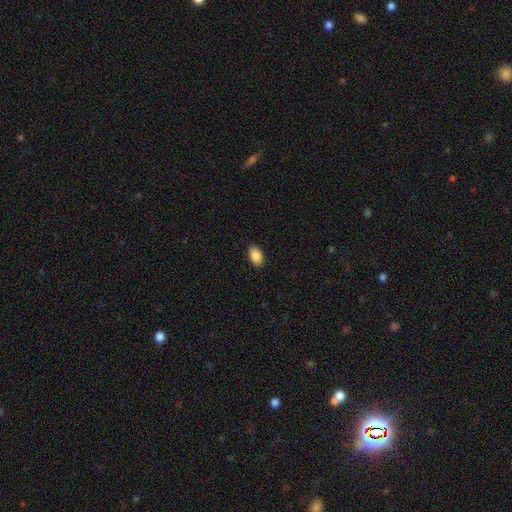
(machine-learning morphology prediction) smooth_or_featured: smooth (p=0.88) [alt: star or artifact p=0.07]
how_rounded: in between (p=0.93) [alt: round p=0.05]
merging: none (p=0.89) [alt: minor disturbance p=0.08]